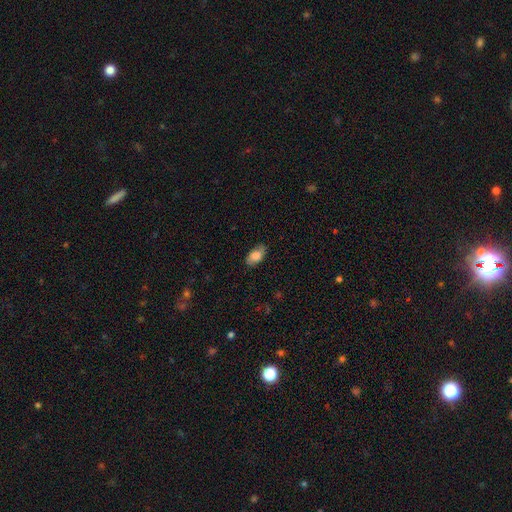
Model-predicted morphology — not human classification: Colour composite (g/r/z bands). It shows a smooth galaxy with no disk features (77%) that is in between round and cigar-shaped (92%). Merging: none (79%).